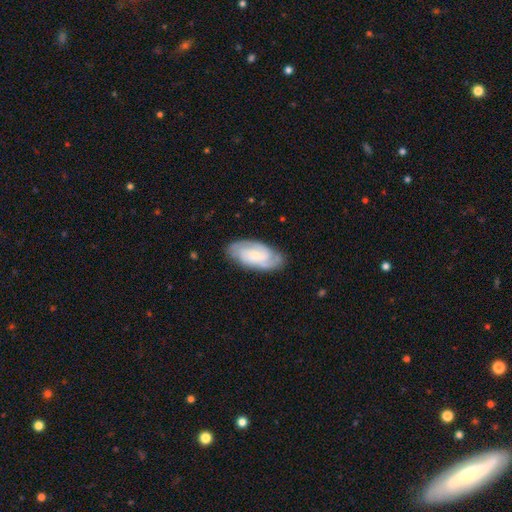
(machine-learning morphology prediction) smooth_or_featured: featured or disk (p=0.78) [alt: smooth p=0.17]
disk_edge_on: no (p=0.96) [alt: yes p=0.04]
bar: no (p=0.59) [alt: weak p=0.33]
has_spiral_arms: yes (p=0.96) [alt: no p=0.04]
spiral_winding: tight (p=0.55) [alt: medium p=0.36]
spiral_arm_count: 2 (p=0.49) [alt: 3 p=0.21]
bulge_size: small (p=0.68) [alt: moderate p=0.22]
merging: none (p=0.79) [alt: minor disturbance p=0.16]